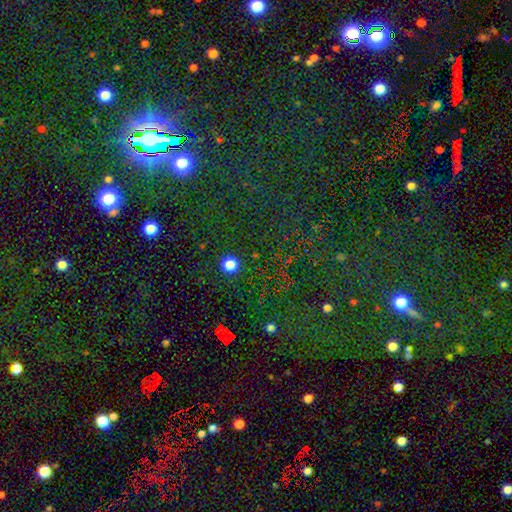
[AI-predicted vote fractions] Smooth or featured? star or artifact (56%)